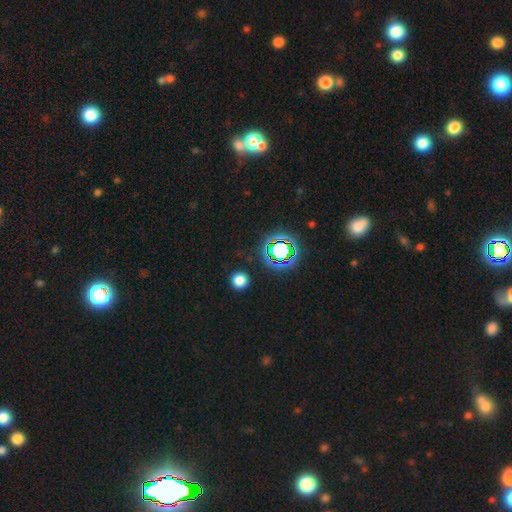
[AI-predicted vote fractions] This appears to be a star or artifact, not a galaxy (75%).